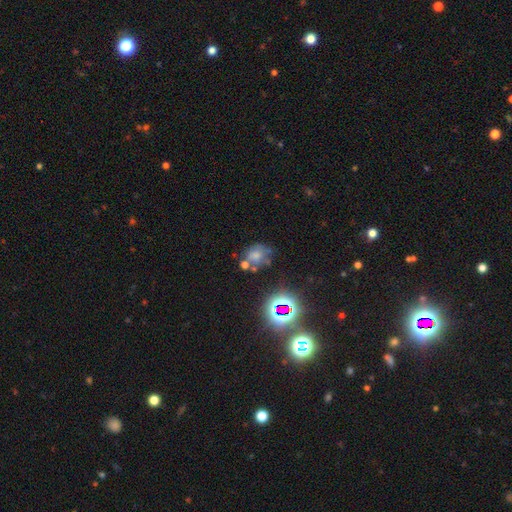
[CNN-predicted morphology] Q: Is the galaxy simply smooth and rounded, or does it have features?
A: smooth — 53%.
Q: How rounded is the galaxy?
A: round — 60%.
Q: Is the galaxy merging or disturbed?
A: none — 45%.